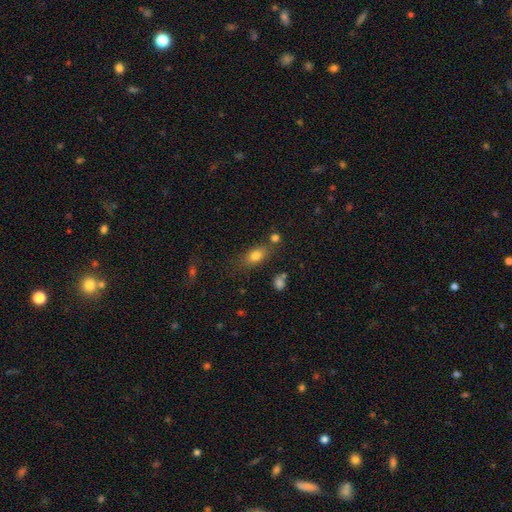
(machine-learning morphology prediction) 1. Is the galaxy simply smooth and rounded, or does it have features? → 78% smooth, 11% featured or disk, 11% star or artifact.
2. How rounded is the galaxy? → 77% in between, 13% round, 10% cigar-shaped.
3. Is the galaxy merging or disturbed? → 64% none, 17% minor disturbance, 13% merger, 6% major disturbance.